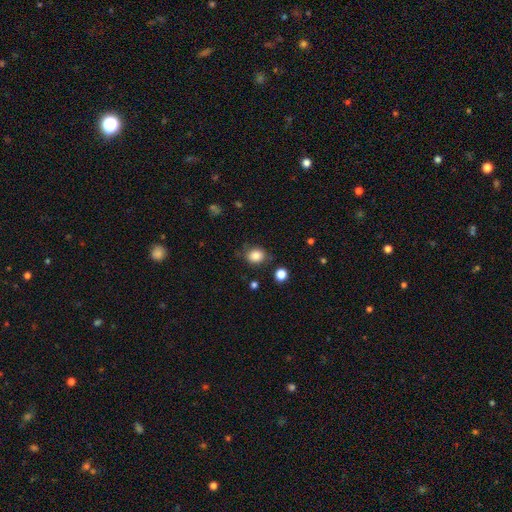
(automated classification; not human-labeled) Smooth or featured? Predicted: smooth (p=0.84). How rounded? Predicted: round (p=0.64). Merging? Predicted: none (p=0.78).